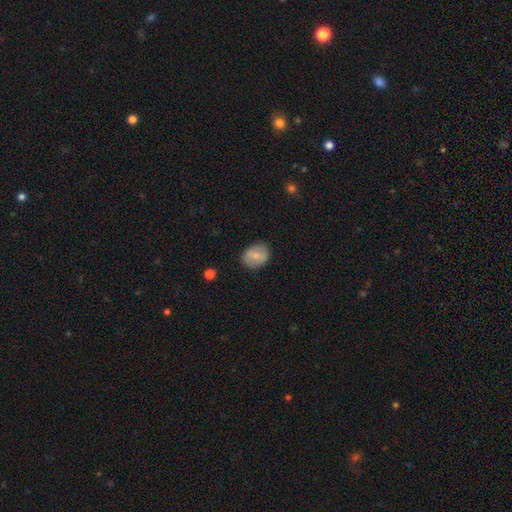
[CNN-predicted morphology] Smooth or featured?
  - smooth: 68% *
  - featured or disk: 24%
  - star or artifact: 7%
How rounded?
  - in between: 59% *
  - round: 40%
  - cigar-shaped: 1%
Merging?
  - none: 83% *
  - minor disturbance: 12%
  - major disturbance: 3%
  - merger: 1%